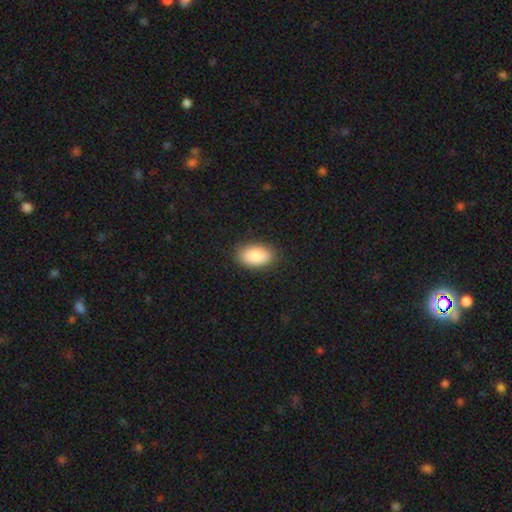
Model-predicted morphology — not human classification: Smooth or featured: smooth — 89% (star or artifact — 6%)
How rounded: in between — 93% (round — 5%)
Merging: none — 87% (minor disturbance — 10%)